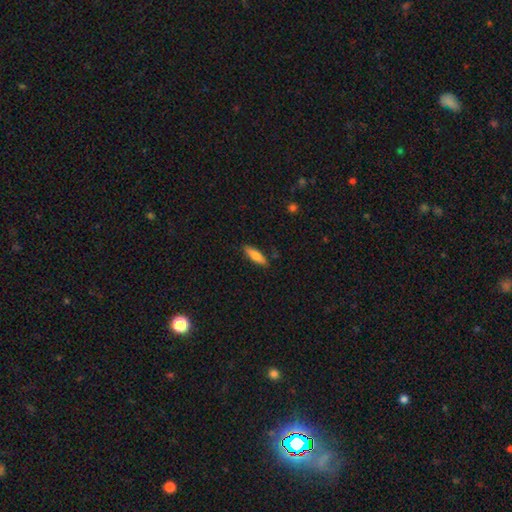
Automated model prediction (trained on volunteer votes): A smooth galaxy with no disk features (72%) that is cigar-shaped (61%). Merging: none (86%).